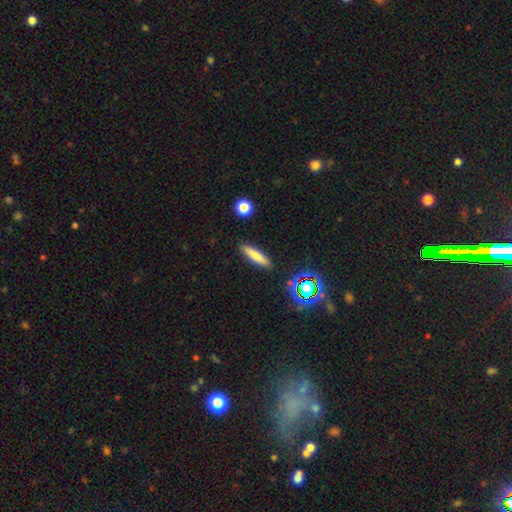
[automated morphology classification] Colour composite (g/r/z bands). It shows a smooth galaxy with no disk features (77%) that is cigar-shaped (81%). Merging: none (90%).